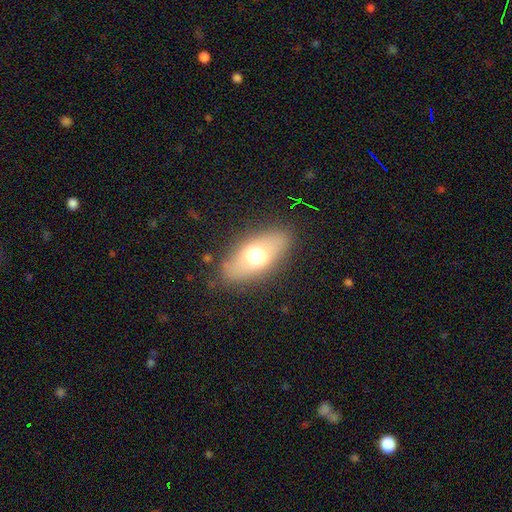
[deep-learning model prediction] Smooth or featured? Predicted: smooth (p=0.61). How rounded? Predicted: in between (p=0.84). Merging? Predicted: none (p=0.82).